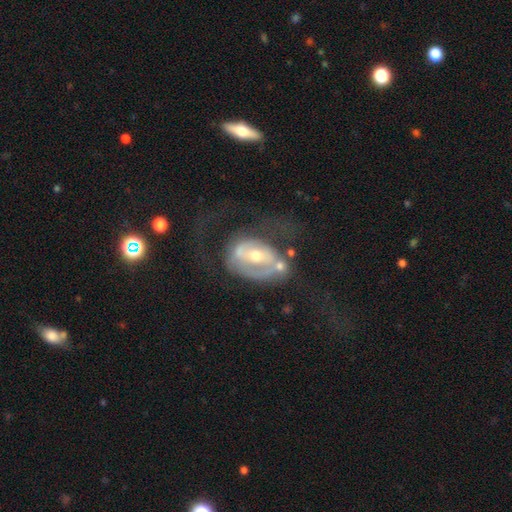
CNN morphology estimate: Q: Smooth or featured?
A: featured or disk (71%); runner-up: smooth (22%)
Q: Edge-on disk?
A: no (95%); runner-up: yes (5%)
Q: Bar?
A: no (45%); runner-up: weak (33%)
Q: Spiral arms?
A: yes (55%); runner-up: no (45%)
Q: Bulge size?
A: moderate (59%); runner-up: small (34%)
Q: Merging?
A: major disturbance (38%); runner-up: none (31%)